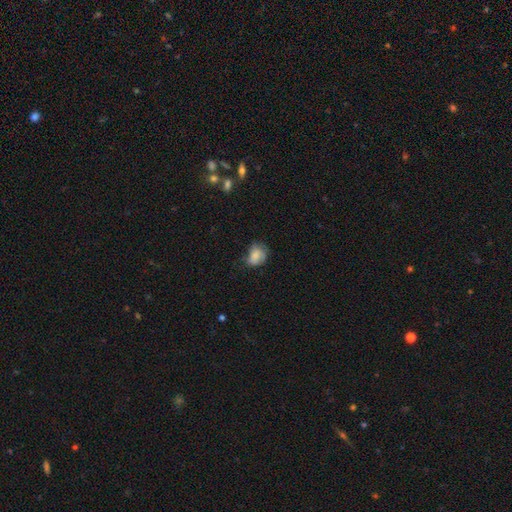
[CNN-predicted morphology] Smooth or featured?
  - smooth: 75% *
  - featured or disk: 16%
  - star or artifact: 9%
How rounded?
  - in between: 56% *
  - round: 43%
  - cigar-shaped: 1%
Merging?
  - none: 45% *
  - minor disturbance: 36%
  - major disturbance: 17%
  - merger: 2%